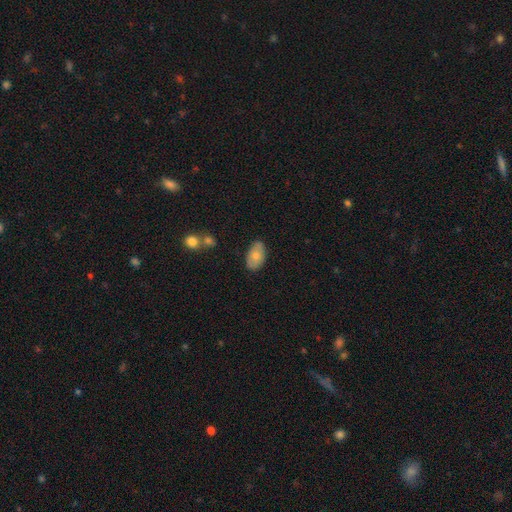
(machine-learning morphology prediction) This appears to be a smooth galaxy with no disk features (70%) that is in between round and cigar-shaped (92%). Merging: none (78%).